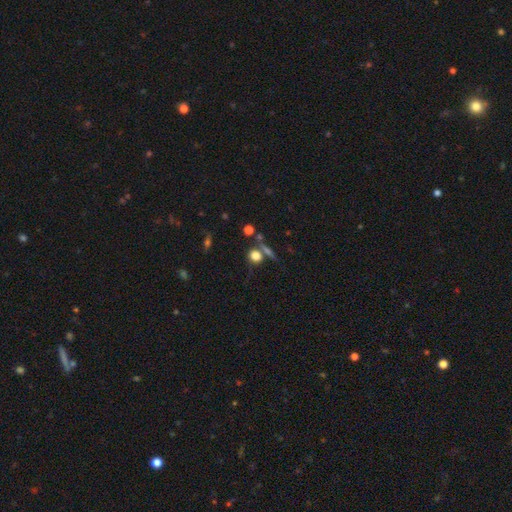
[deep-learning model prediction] Q: Smooth or featured?
A: smooth (72%); runner-up: star or artifact (16%)
Q: How rounded?
A: round (73%); runner-up: in between (20%)
Q: Merging?
A: none (65%); runner-up: merger (17%)